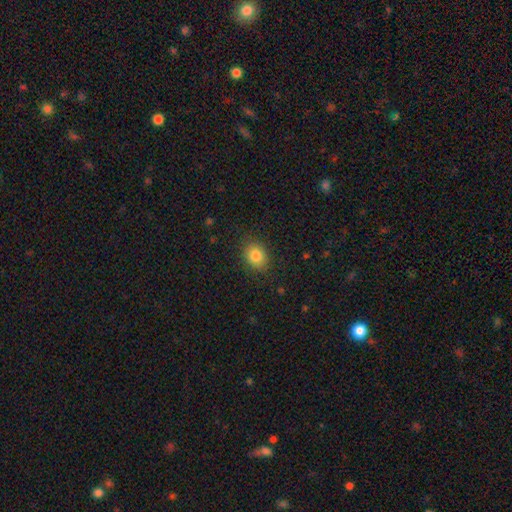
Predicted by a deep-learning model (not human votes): This is clearly a smooth galaxy (84%). How rounded: possibly in between (56%). Merging: clearly none (85%).